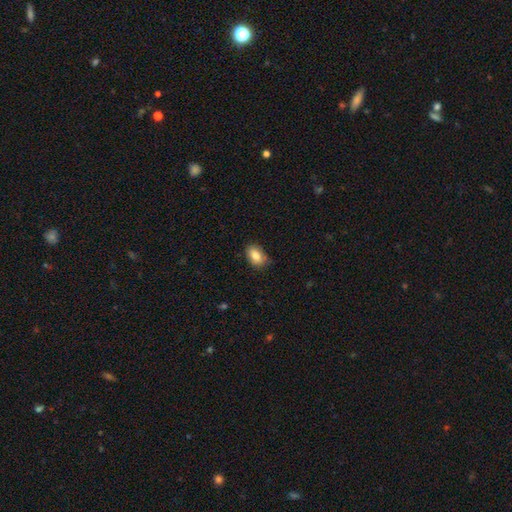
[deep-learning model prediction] A smooth galaxy with no disk features (80%) that is in between round and cigar-shaped (86%). Merging: none (74%).